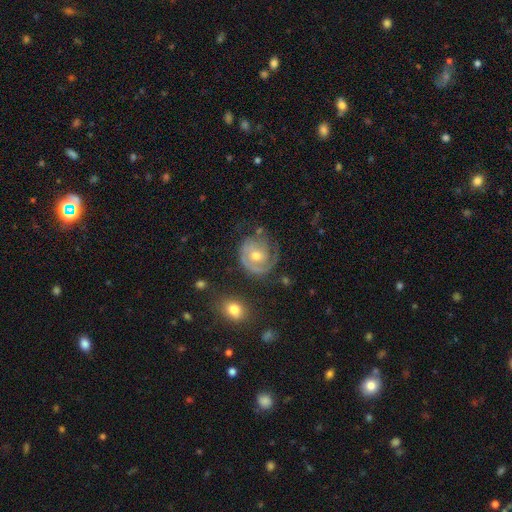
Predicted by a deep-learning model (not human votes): A featured or disk galaxy (82%) with no bar (74%), 1 (48%) tight (65%) spiral arms (93%) and a moderate central bulge (59%).

Vote fractions:
- Smooth or featured? featured or disk: 82% / smooth: 12% / star or artifact: 6%
- Edge-on disk? no: 98% / yes: 2%
- Bar? no: 74% / weak: 22% / strong: 4%
- Spiral arms? yes: 93% / no: 7%
- Spiral winding? tight: 65% / medium: 26% / loose: 9%
- Spiral arm count? 1: 48% / 2: 29% / can't tell: 13% / 3: 6% / 4: 2% / more than 4: 2%
- Bulge size? moderate: 59% / small: 36% / large: 2% / none: 1% / dominant: 1%
- Merging? none: 64% / minor disturbance: 19% / major disturbance: 13% / merger: 3%